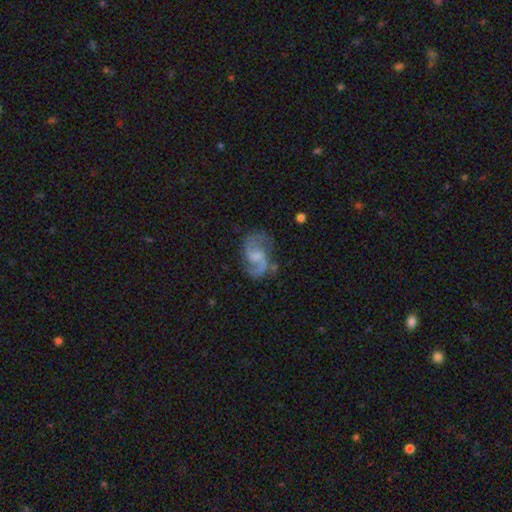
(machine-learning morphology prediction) featured or disk 86%, smooth 8%, star or artifact 6%. Down the decision tree: edge-on disk — no (98%); bar — weak (51%); spiral arms — yes (97%); spiral arm count — 2 (92%); spiral winding — medium (49%); bulge size — small (35%); merging — none (72%).